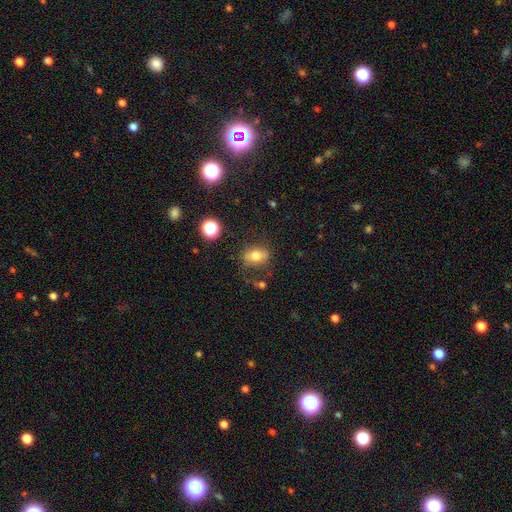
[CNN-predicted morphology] Smooth or featured: smooth — 66% (featured or disk — 21%)
How rounded: in between — 72% (round — 24%)
Merging: none — 70% (minor disturbance — 18%)